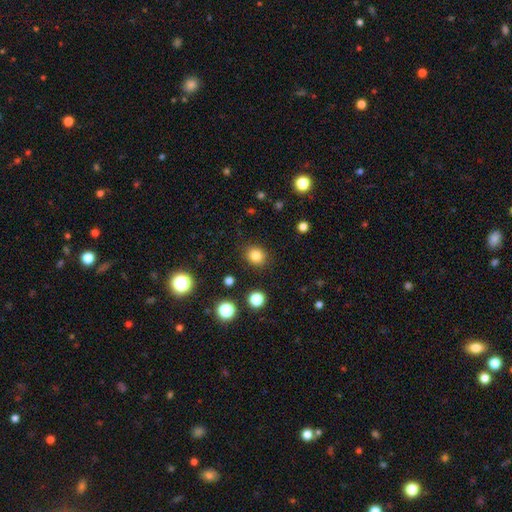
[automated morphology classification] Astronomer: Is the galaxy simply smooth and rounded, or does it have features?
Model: smooth — 83%.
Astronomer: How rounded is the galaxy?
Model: round — 73%.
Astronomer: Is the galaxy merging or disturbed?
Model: none — 87%.